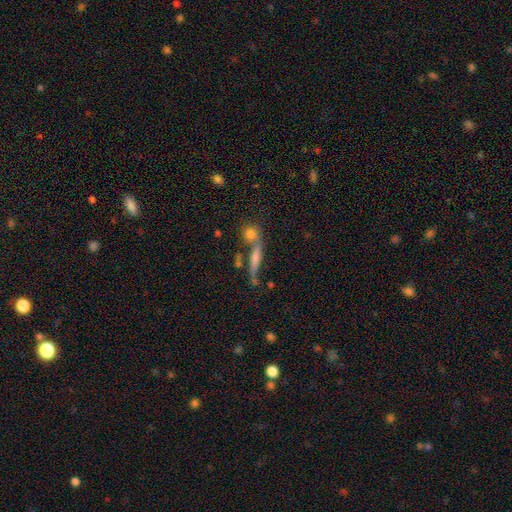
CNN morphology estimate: Smooth or featured?
  - smooth: 48% *
  - featured or disk: 41%
  - star or artifact: 11%
Merging?
  - none: 49% *
  - merger: 28%
  - minor disturbance: 14%
  - major disturbance: 9%